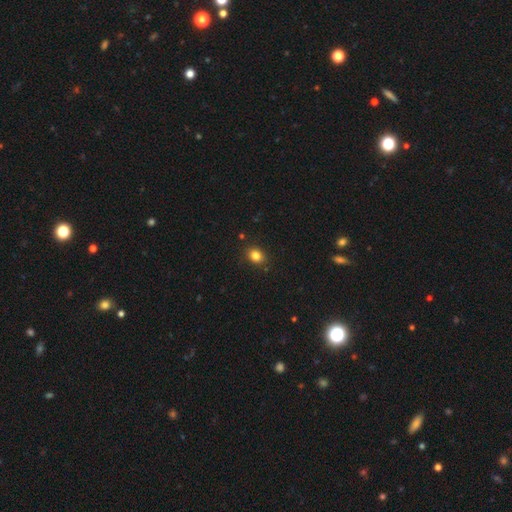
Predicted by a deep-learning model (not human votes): Smooth or featured? Predicted: smooth (p=0.83). How rounded? Predicted: round (p=0.51). Merging? Predicted: none (p=0.88).